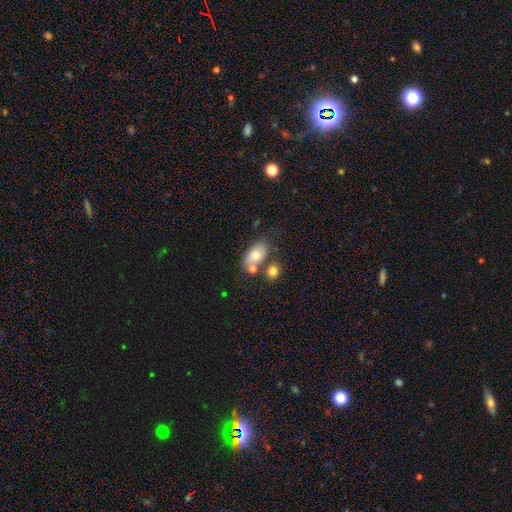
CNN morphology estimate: type=smooth (72%); roundness=in between (83%); merging=none (52%).